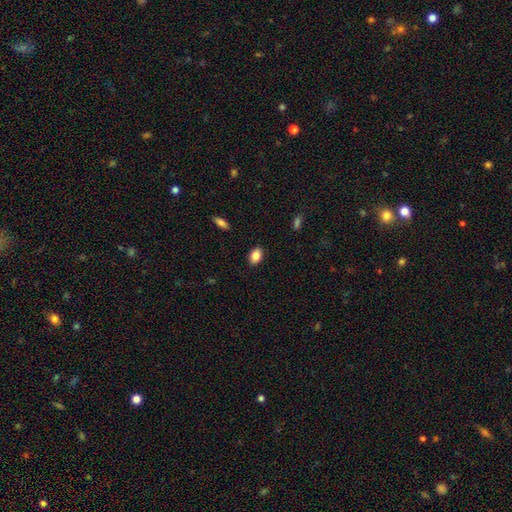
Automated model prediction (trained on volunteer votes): smooth_or_featured: smooth (p=0.85) [alt: star or artifact p=0.08]
how_rounded: in between (p=0.83) [alt: round p=0.16]
merging: none (p=0.88) [alt: minor disturbance p=0.09]